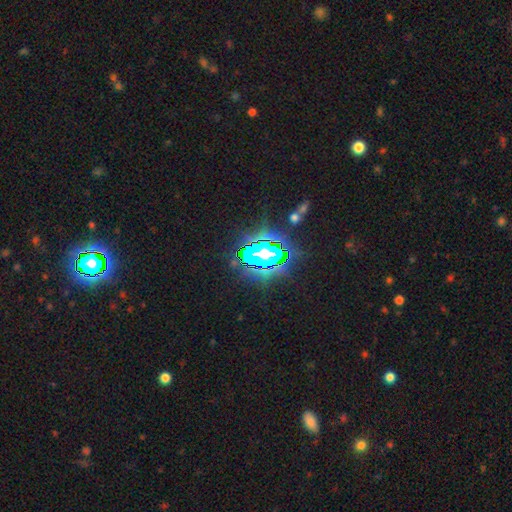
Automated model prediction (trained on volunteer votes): star or artifact 83%, smooth 10%, featured or disk 7%.